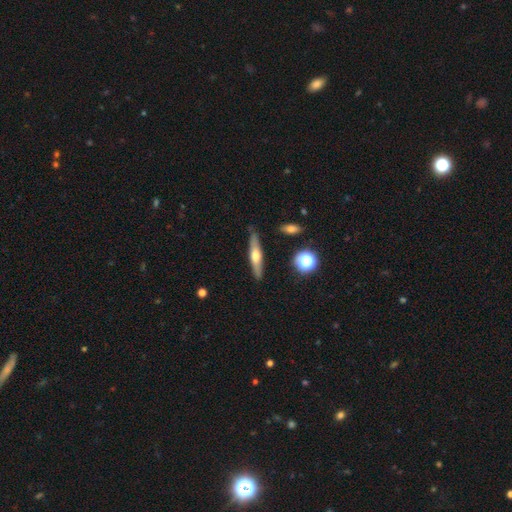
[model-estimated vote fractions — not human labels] Q: Smooth or featured?
A: featured or disk (53%); runner-up: smooth (40%)
Q: Edge-on disk?
A: yes (93%); runner-up: no (7%)
Q: Merging?
A: none (85%); runner-up: minor disturbance (11%)